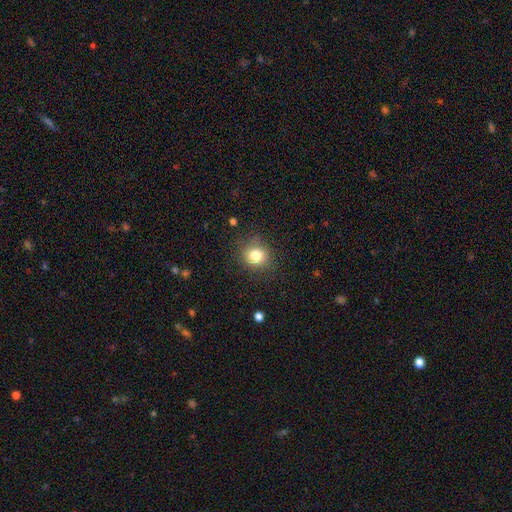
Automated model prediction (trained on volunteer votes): smooth 81%, star or artifact 12%, featured or disk 8%. Down the decision tree: how rounded — round (80%); merging — none (83%).